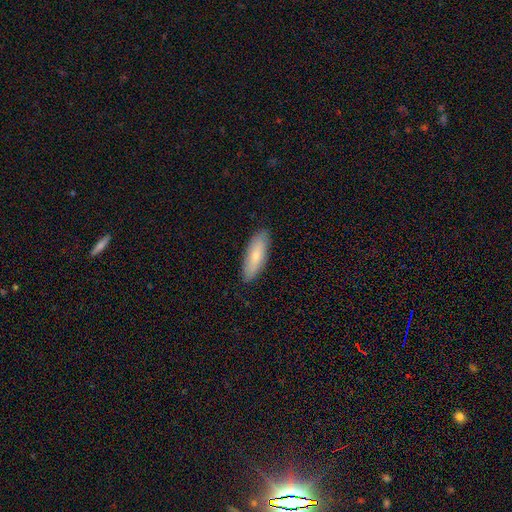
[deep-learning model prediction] Smooth or featured: smooth — 75% (featured or disk — 20%)
How rounded: in between — 55% (cigar-shaped — 44%)
Merging: none — 86% (minor disturbance — 11%)